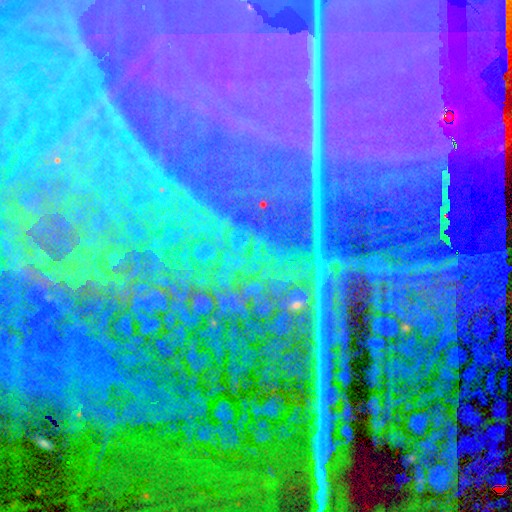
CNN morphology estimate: The model was most divided on "smooth or featured": star or artifact: 88%, featured or disk: 7%, smooth: 5%.